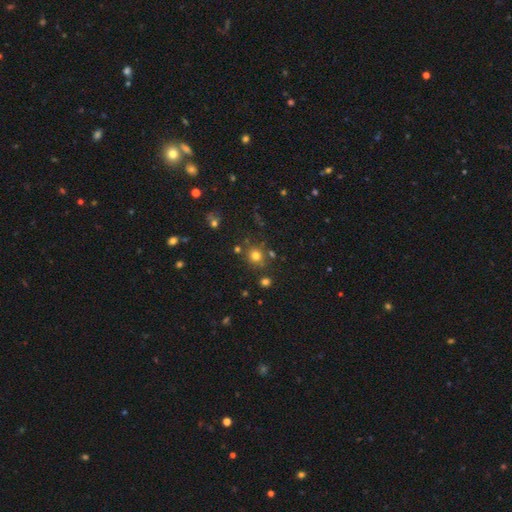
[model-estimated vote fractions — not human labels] The model was most divided on "smooth or featured": smooth: 74%, star or artifact: 18%, featured or disk: 7%. More confident: how rounded — round (87%); merging — none (78%).